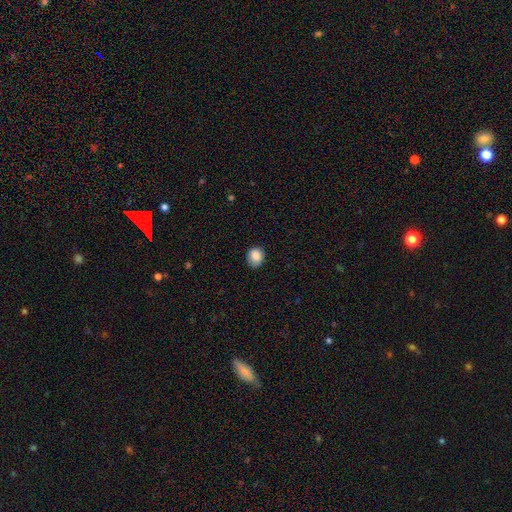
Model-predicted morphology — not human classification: smooth_or_featured: smooth (p=0.87) [alt: star or artifact p=0.08]
how_rounded: round (p=0.66) [alt: in between p=0.33]
merging: none (p=0.76) [alt: minor disturbance p=0.20]